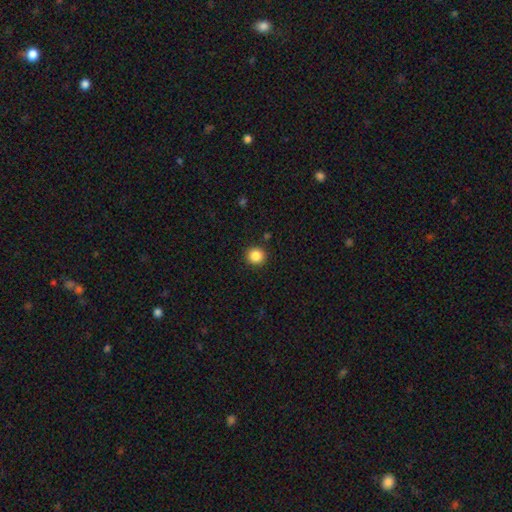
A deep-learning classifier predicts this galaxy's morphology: smooth_or_featured: smooth (p=0.86) [alt: star or artifact p=0.10]
how_rounded: round (p=0.93) [alt: in between p=0.06]
merging: none (p=0.92) [alt: minor disturbance p=0.05]